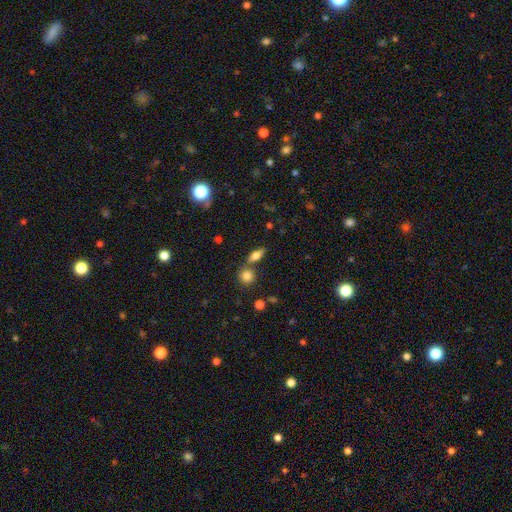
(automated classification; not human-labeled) Smooth or featured? Predicted: smooth (p=0.68). How rounded? Predicted: in between (p=0.67). Merging? Predicted: none (p=0.67).